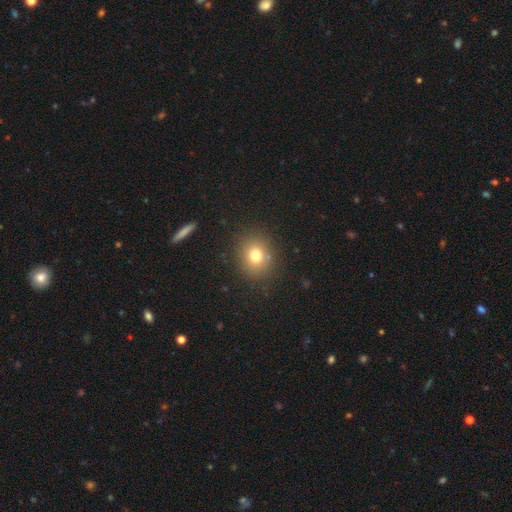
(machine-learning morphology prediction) A smooth galaxy with no disk features (76%) that is round (69%).

Vote fractions:
- Smooth or featured? smooth: 76% / star or artifact: 14% / featured or disk: 10%
- How rounded? round: 69% / in between: 30% / cigar-shaped: 1%
- Merging? none: 85% / minor disturbance: 9% / major disturbance: 4% / merger: 2%